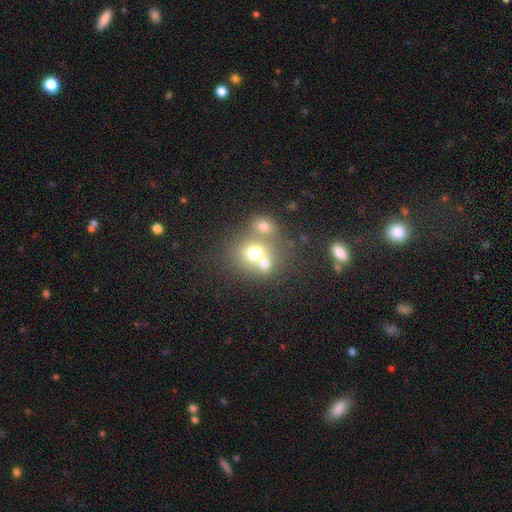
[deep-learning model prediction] A smooth galaxy with no disk features (60%) that is round (74%).

Vote fractions:
- Smooth or featured? smooth: 60% / featured or disk: 23% / star or artifact: 18%
- How rounded? round: 74% / in between: 26% / cigar-shaped: 1%
- Merging? merger: 55% / none: 33% / minor disturbance: 7% / major disturbance: 4%